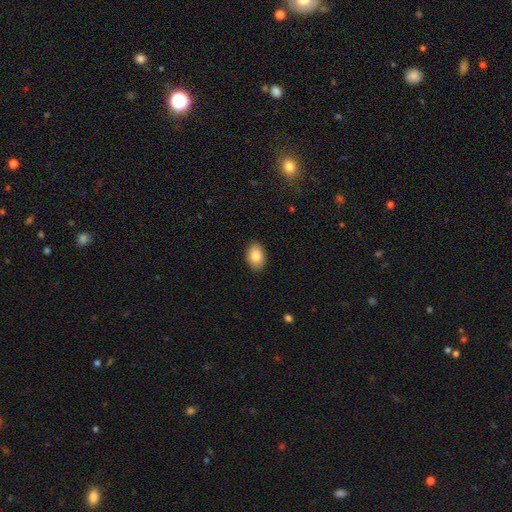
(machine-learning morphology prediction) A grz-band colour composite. It shows a smooth galaxy with no disk features (84%) that is in between round and cigar-shaped (83%). Merging: none (89%).